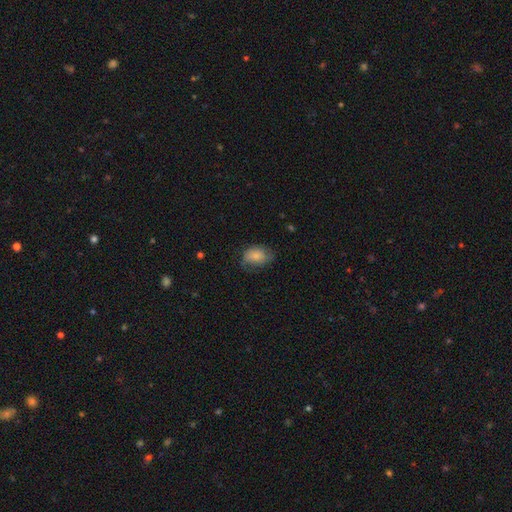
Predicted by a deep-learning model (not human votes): A smooth galaxy with no disk features (80%) that is in between round and cigar-shaped (81%).

Vote fractions:
- Smooth or featured? smooth: 80% / featured or disk: 13% / star or artifact: 7%
- How rounded? in between: 81% / round: 18% / cigar-shaped: 1%
- Merging? none: 60% / minor disturbance: 29% / major disturbance: 10% / merger: 1%